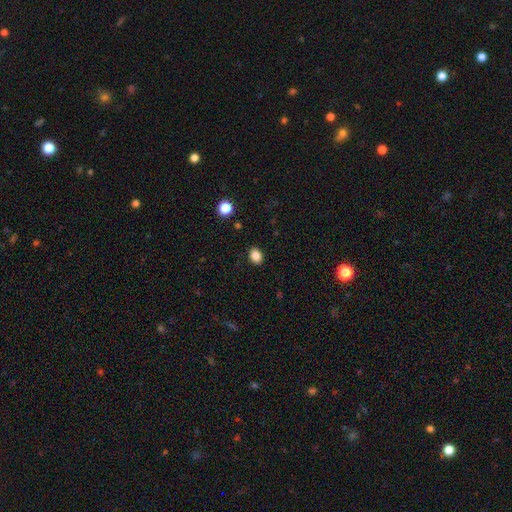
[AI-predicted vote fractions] Smooth or featured: smooth — 86% (star or artifact — 10%)
How rounded: in between — 68% (round — 31%)
Merging: none — 89% (minor disturbance — 8%)